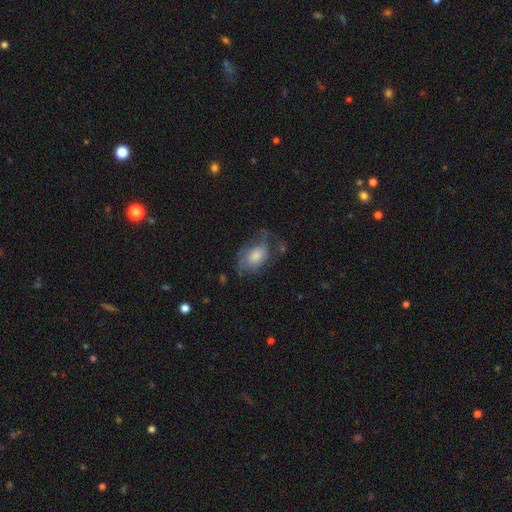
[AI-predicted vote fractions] This appears to be a smooth galaxy with no disk features (56%) that is in between round and cigar-shaped (84%). Merging: none (36%).